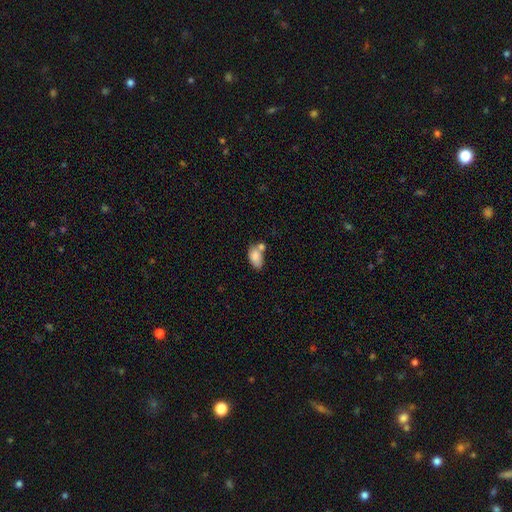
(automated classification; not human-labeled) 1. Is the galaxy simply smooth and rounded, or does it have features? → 82% smooth, 10% featured or disk, 8% star or artifact.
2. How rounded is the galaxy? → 90% in between, 7% round, 2% cigar-shaped.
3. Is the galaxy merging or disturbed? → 41% none, 35% merger, 17% minor disturbance, 6% major disturbance.